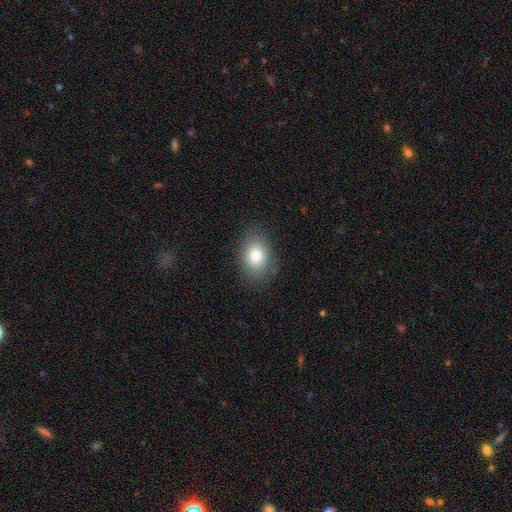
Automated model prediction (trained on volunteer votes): Smooth or featured? smooth (81%)
How rounded? in between (72%)
Merging? none (84%)